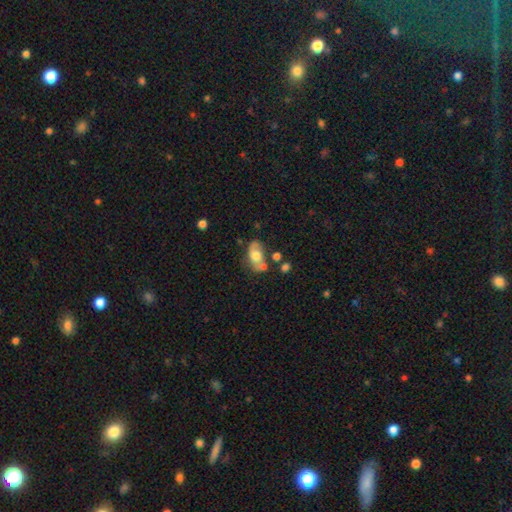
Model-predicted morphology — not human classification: Overall: smooth (54%; featured or disk 38%). How rounded: in between (86%). Merging: none (48%; minor disturbance 25%).